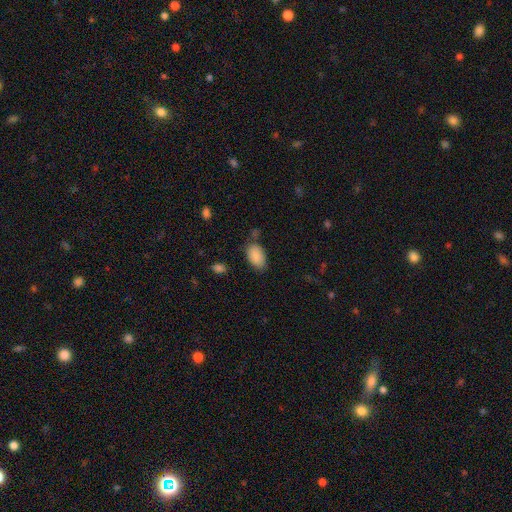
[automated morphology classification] The model was most divided on "merging": none: 71%, minor disturbance: 19%, merger: 5%, major disturbance: 5%. More confident: how rounded — in between (93%); smooth or featured — smooth (88%).